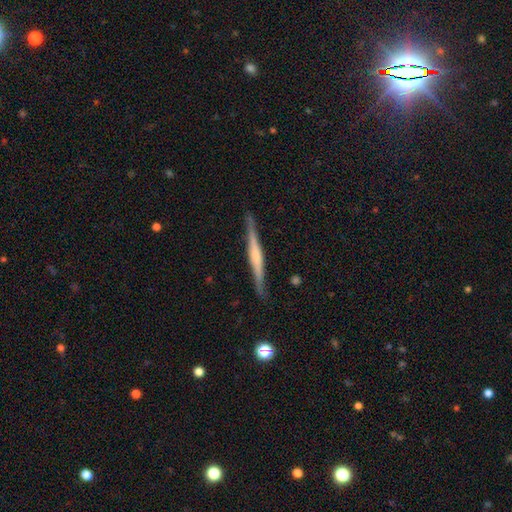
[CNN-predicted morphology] type=featured or disk (69%); edge-on=yes (98%); edge-on bulge=rounded (45%); merging=none (89%).